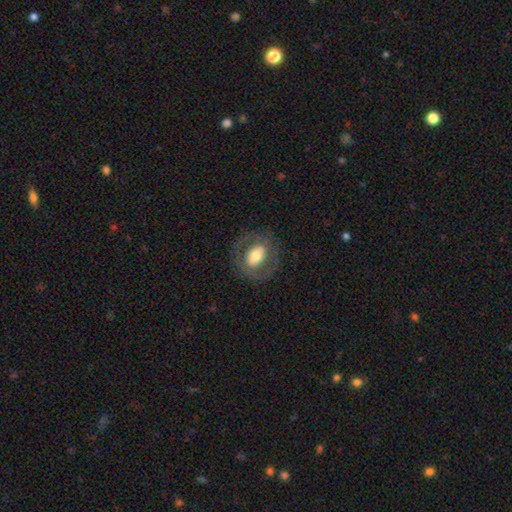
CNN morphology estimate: The model was most divided on "smooth or featured": smooth: 48%, featured or disk: 45%, star or artifact: 7%. More confident: merging — none (79%).